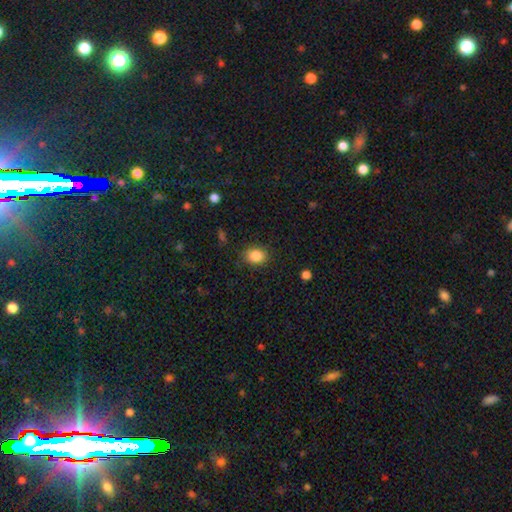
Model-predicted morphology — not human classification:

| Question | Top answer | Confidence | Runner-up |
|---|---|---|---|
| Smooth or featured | smooth | 86% | star or artifact (9%) |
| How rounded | in between | 53% | round (46%) |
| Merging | none | 86% | minor disturbance (10%) |